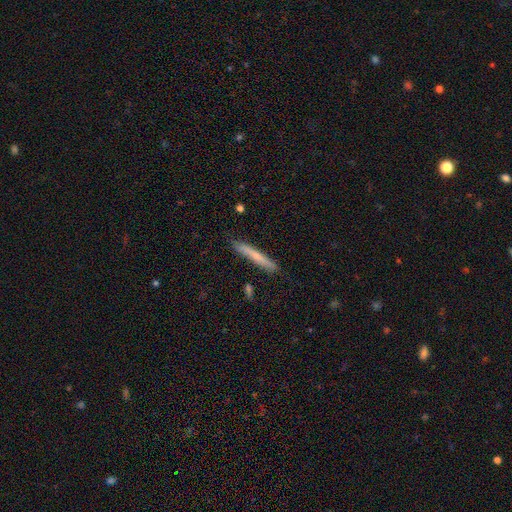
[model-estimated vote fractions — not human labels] Smooth or featured? Predicted: smooth (p=0.65). How rounded? Predicted: cigar-shaped (p=0.96). Merging? Predicted: none (p=0.86).